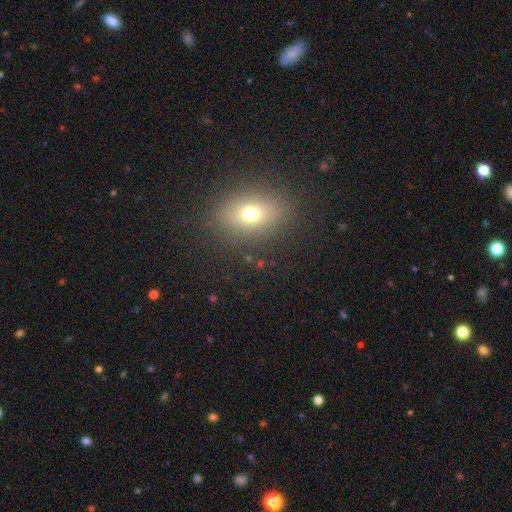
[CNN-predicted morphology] Smooth or featured: smooth — 62% (star or artifact — 23%)
How rounded: in between — 70% (round — 26%)
Merging: none — 88% (minor disturbance — 8%)